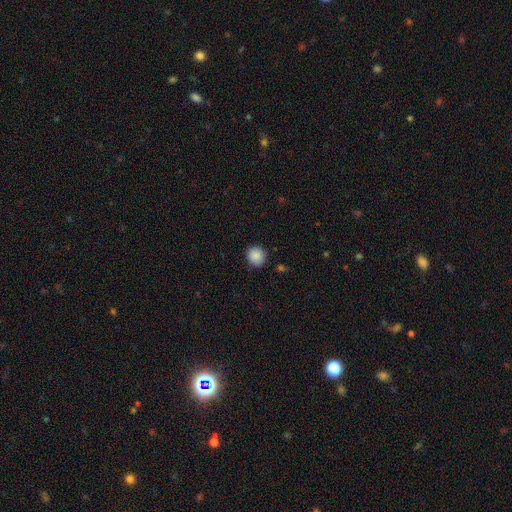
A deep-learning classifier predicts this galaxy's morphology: This is clearly a smooth galaxy (88%). How rounded: clearly round (90%). Merging: clearly none (89%).